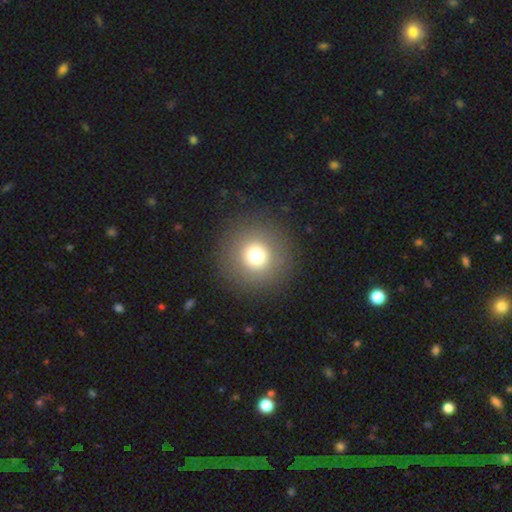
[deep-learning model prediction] smooth 72%, star or artifact 15%, featured or disk 13%. Down the decision tree: how rounded — round (96%); merging — none (90%).